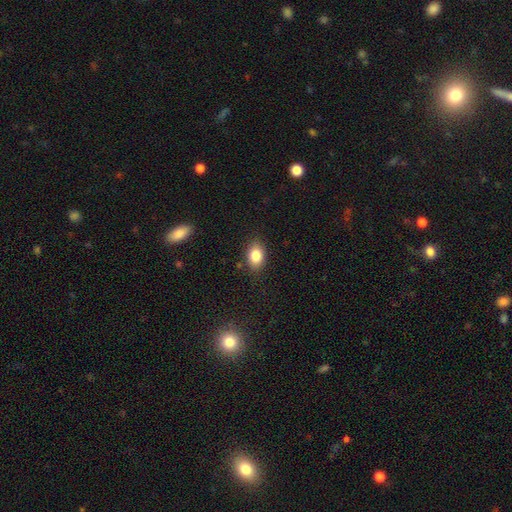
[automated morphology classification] Smooth or featured: smooth — 84% (star or artifact — 9%)
How rounded: in between — 81% (round — 17%)
Merging: none — 83% (minor disturbance — 13%)